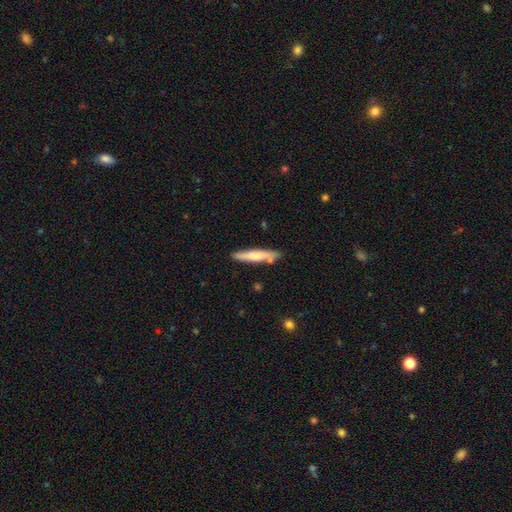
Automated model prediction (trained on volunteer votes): Smooth or featured?
  - smooth: 63% *
  - featured or disk: 32%
  - star or artifact: 5%
How rounded?
  - cigar-shaped: 92% *
  - in between: 7%
  - round: 1%
Merging?
  - none: 80% *
  - minor disturbance: 13%
  - merger: 5%
  - major disturbance: 2%